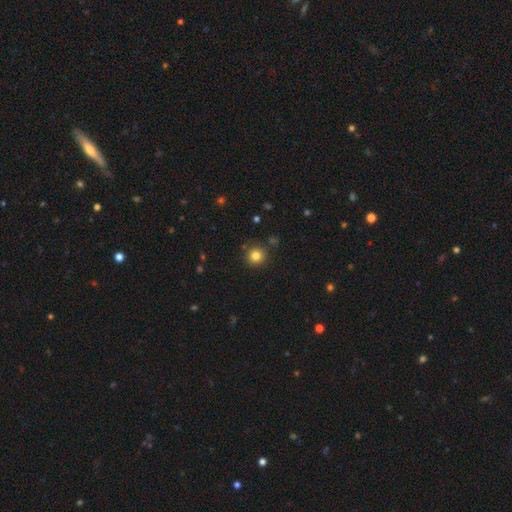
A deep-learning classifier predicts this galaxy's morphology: type=smooth (82%); roundness=round (94%); merging=none (87%).